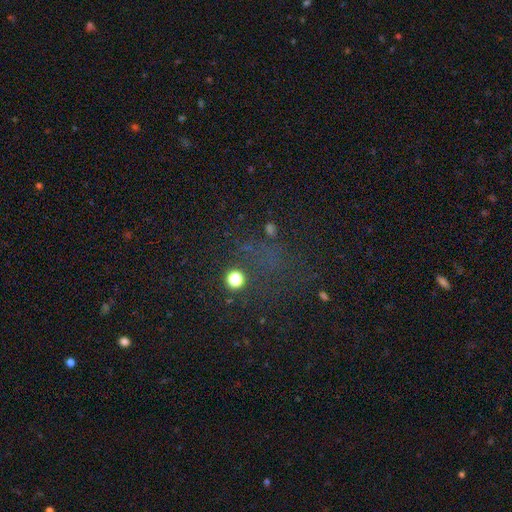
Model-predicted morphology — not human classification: Smooth or featured?
  - star or artifact: 54% *
  - smooth: 33%
  - featured or disk: 13%